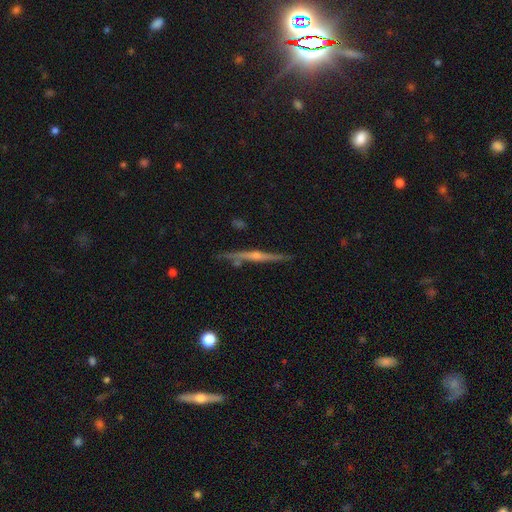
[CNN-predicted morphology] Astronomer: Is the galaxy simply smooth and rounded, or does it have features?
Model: featured or disk — 68%.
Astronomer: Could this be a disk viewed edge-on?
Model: yes — 92%.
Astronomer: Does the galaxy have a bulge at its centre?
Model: rounded — 73%.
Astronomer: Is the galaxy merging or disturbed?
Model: none — 80%.